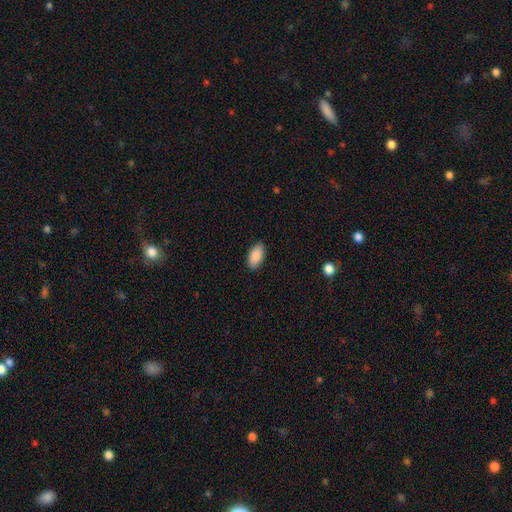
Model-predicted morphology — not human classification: This appears to be a smooth galaxy with no disk features (90%) that is in between round and cigar-shaped (94%). Merging: none (88%).